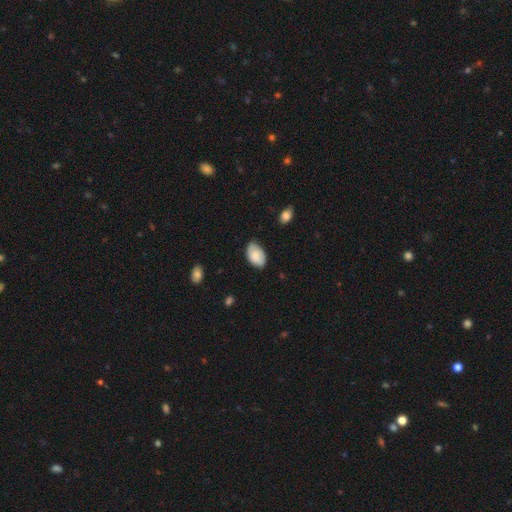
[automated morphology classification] A smooth galaxy with no disk features (78%) that is in between round and cigar-shaped (91%).

Vote fractions:
- Smooth or featured? smooth: 78% / featured or disk: 15% / star or artifact: 7%
- How rounded? in between: 91% / round: 8% / cigar-shaped: 1%
- Merging? none: 68% / minor disturbance: 26% / major disturbance: 5% / merger: 1%